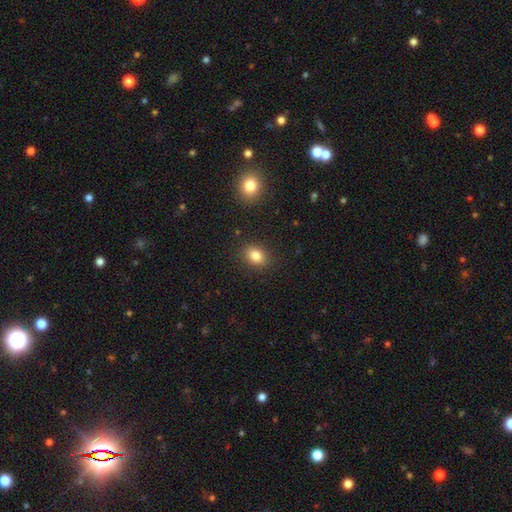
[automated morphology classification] type=smooth (82%); roundness=in between (67%); merging=none (87%).